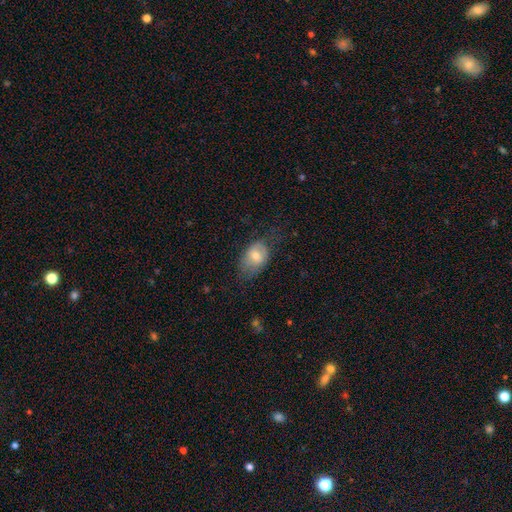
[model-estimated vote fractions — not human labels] Smooth or featured: smooth — 70% (featured or disk — 23%)
How rounded: in between — 84% (round — 15%)
Merging: none — 48% (minor disturbance — 32%)